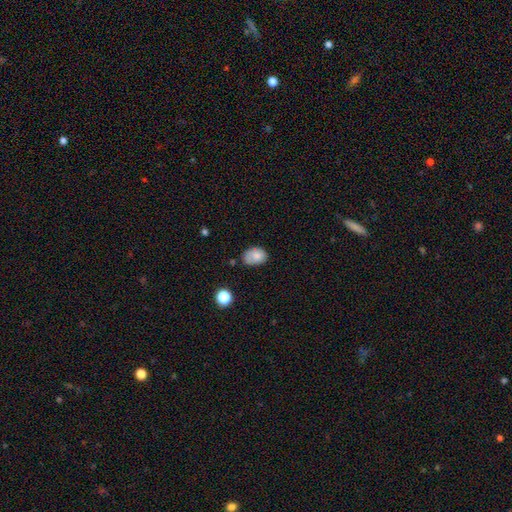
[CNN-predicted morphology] smooth-or-featured: smooth: 78% | featured or disk: 13% | star or artifact: 9%
  how-rounded: in between: 77% | round: 22% | cigar-shaped: 1%
  merging: none: 59% | minor disturbance: 29% | major disturbance: 8% | merger: 5%